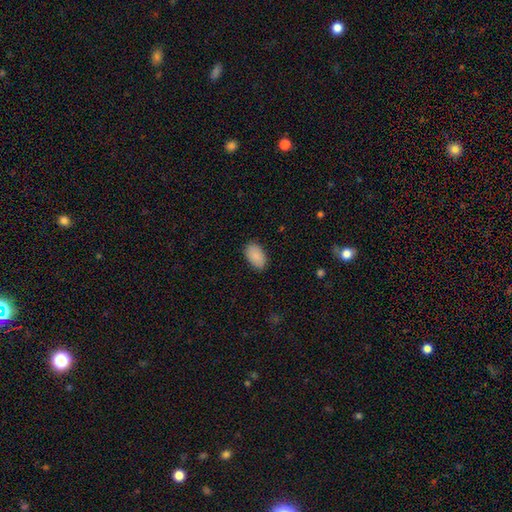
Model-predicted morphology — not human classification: Overall: smooth (89%). How rounded: in between (93%). Merging: none (86%).